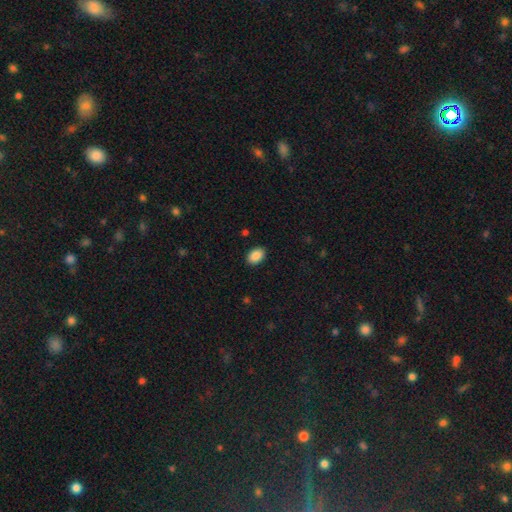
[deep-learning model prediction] Smooth or featured: smooth — 89% (star or artifact — 8%)
How rounded: in between — 84% (round — 15%)
Merging: none — 90% (minor disturbance — 7%)